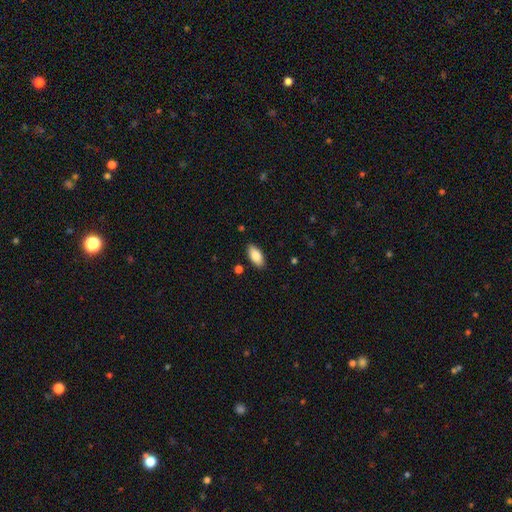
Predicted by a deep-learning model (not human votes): A smooth galaxy with no disk features (86%) that is in between round and cigar-shaped (89%).

Vote fractions:
- Smooth or featured? smooth: 86% / featured or disk: 8% / star or artifact: 6%
- How rounded? in between: 89% / cigar-shaped: 9% / round: 2%
- Merging? none: 87% / minor disturbance: 9% / major disturbance: 2% / merger: 2%